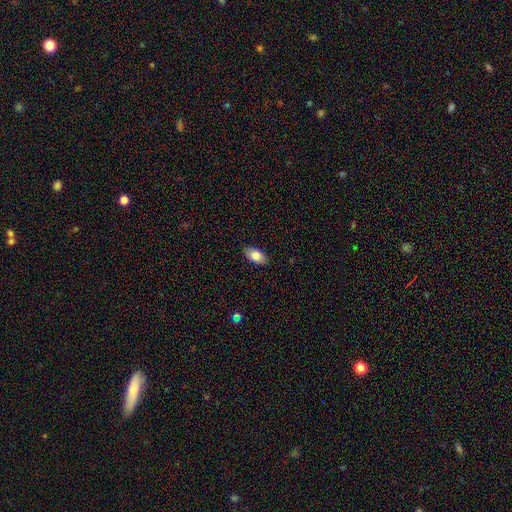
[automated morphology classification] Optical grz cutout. It shows a smooth galaxy with no disk features (83%) that is in between round and cigar-shaped (93%). Merging: none (88%).